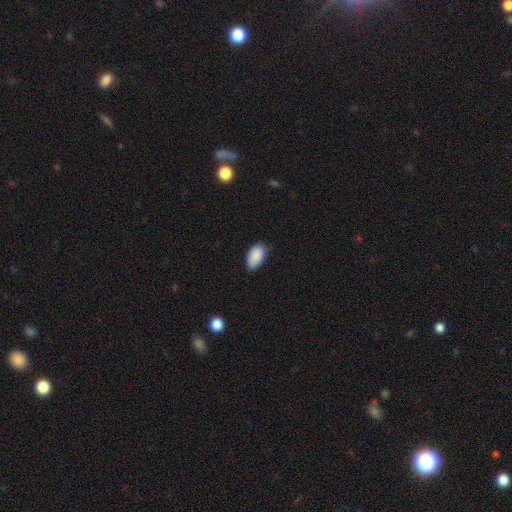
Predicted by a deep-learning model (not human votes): Overall: smooth (89%). How rounded: in between (94%). Merging: none (71%).